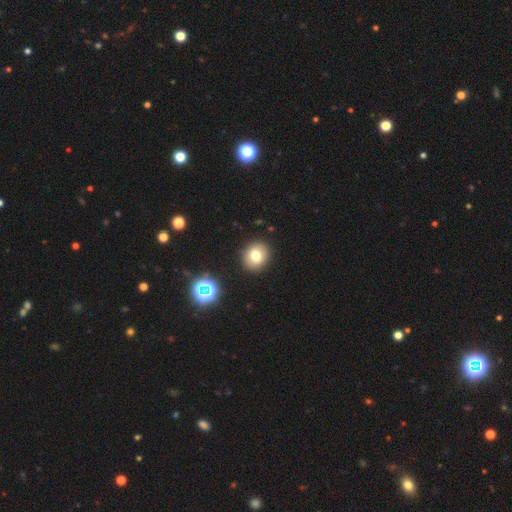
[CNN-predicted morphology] smooth_or_featured: smooth (p=0.75) [alt: star or artifact p=0.13]
how_rounded: round (p=0.75) [alt: in between p=0.24]
merging: none (p=0.89) [alt: minor disturbance p=0.07]